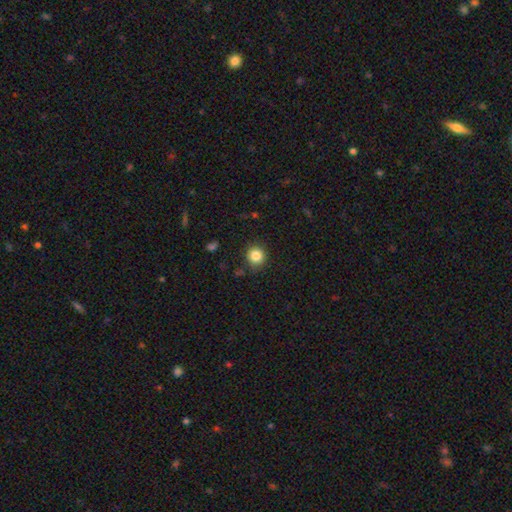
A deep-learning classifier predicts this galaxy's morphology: Smooth or featured? smooth (84%)
How rounded? round (88%)
Merging? none (86%)